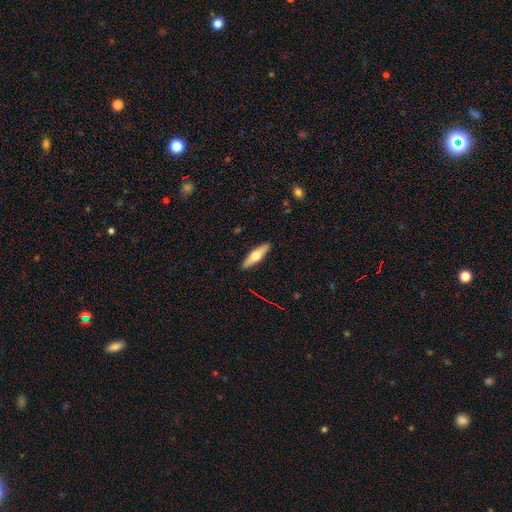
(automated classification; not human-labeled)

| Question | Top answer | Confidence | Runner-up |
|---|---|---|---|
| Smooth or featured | smooth | 49% | featured or disk (46%) |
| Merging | none | 90% | minor disturbance (7%) |